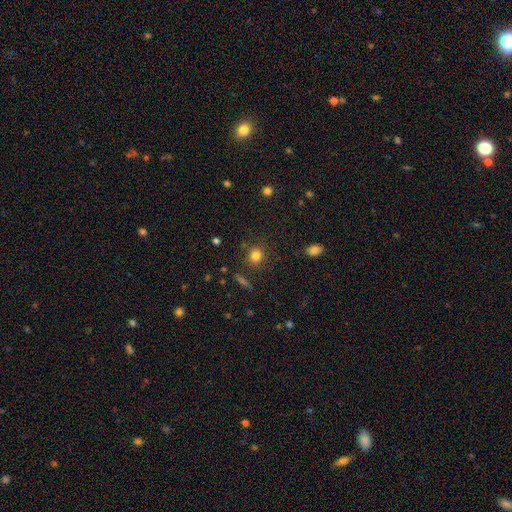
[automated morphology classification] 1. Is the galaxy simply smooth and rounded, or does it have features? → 80% smooth, 13% star or artifact, 7% featured or disk.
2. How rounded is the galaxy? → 89% round, 10% in between, 1% cigar-shaped.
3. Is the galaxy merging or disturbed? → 86% none, 9% minor disturbance, 3% major disturbance, 3% merger.